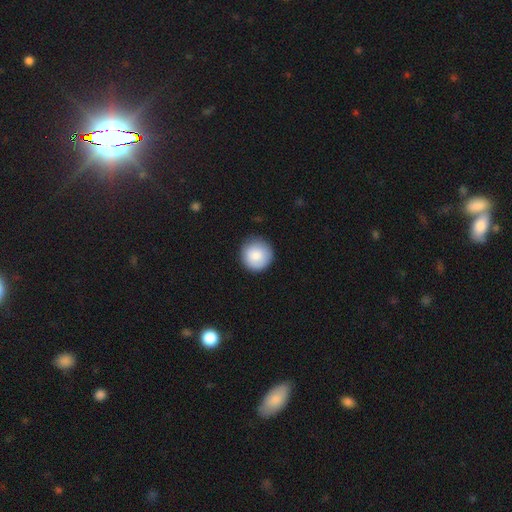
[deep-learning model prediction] smooth_or_featured: smooth (p=0.87) [alt: star or artifact p=0.07]
how_rounded: round (p=0.95) [alt: in between p=0.04]
merging: none (p=0.88) [alt: minor disturbance p=0.09]